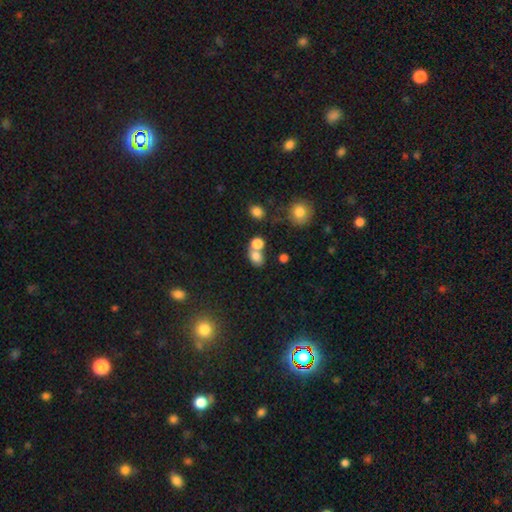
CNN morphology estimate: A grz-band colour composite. It shows a smooth galaxy with no disk features (76%) that is in between round and cigar-shaped (59%). Merging: merger (46%).